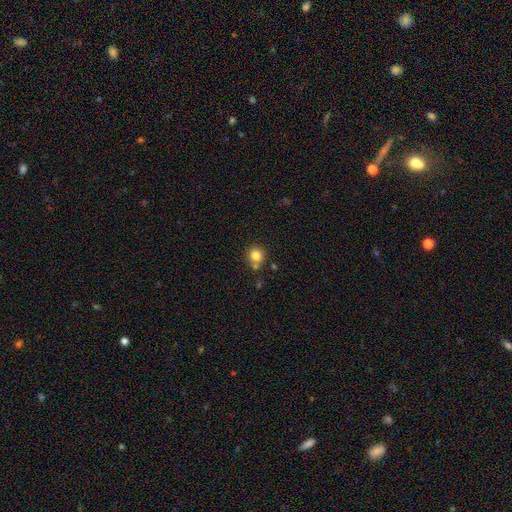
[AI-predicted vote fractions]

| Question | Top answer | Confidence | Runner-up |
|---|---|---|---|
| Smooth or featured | smooth | 82% | star or artifact (12%) |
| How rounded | round | 91% | in between (8%) |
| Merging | none | 73% | merger (14%) |